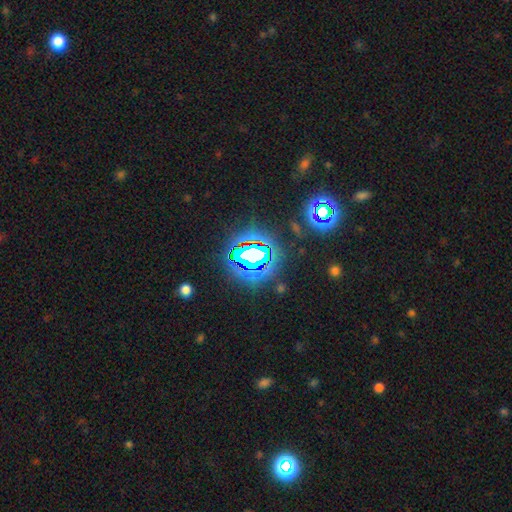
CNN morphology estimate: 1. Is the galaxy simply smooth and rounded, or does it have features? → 73% star or artifact, 16% smooth, 11% featured or disk.